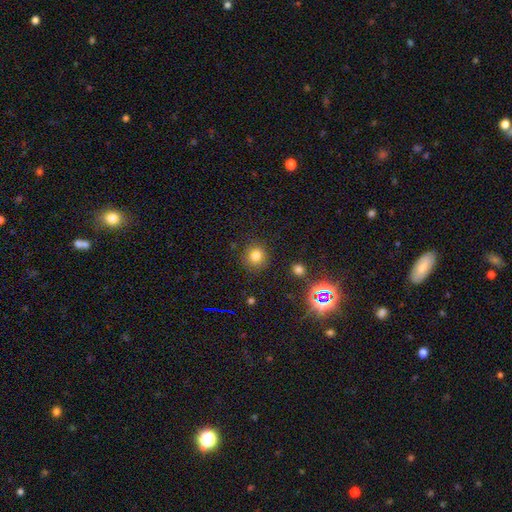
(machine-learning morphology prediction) Smooth or featured: smooth — 78% (star or artifact — 15%)
How rounded: round — 90% (in between — 9%)
Merging: none — 88% (minor disturbance — 8%)